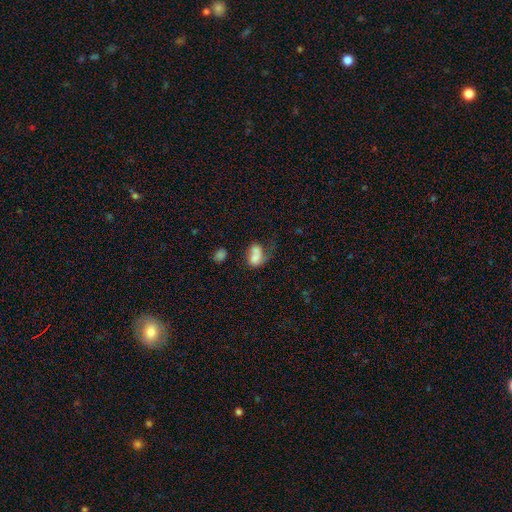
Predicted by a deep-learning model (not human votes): Smooth or featured: smooth — 63% (featured or disk — 27%)
How rounded: in between — 78% (round — 19%)
Merging: merger — 32% (major disturbance — 28%)